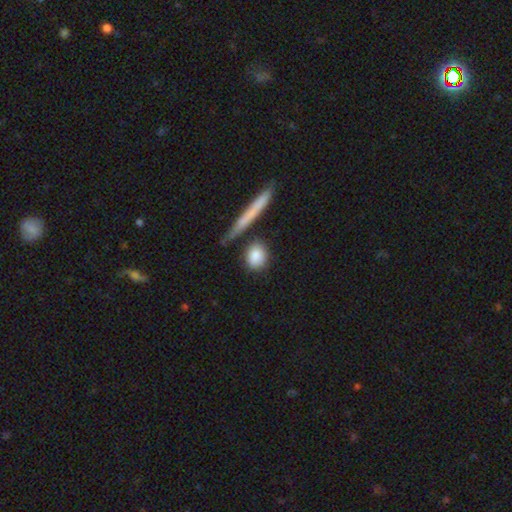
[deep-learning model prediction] Smooth or featured? Predicted: smooth (p=0.85). How rounded? Predicted: round (p=0.54). Merging? Predicted: none (p=0.76).